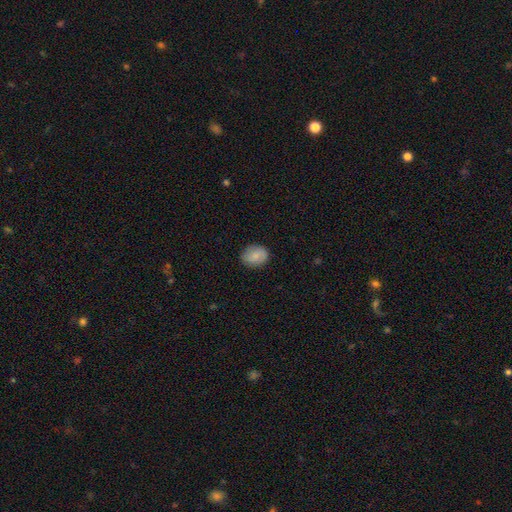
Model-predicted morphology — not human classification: Q: Smooth or featured?
A: smooth (80%); runner-up: featured or disk (13%)
Q: How rounded?
A: in between (51%); runner-up: round (48%)
Q: Merging?
A: none (86%); runner-up: minor disturbance (10%)